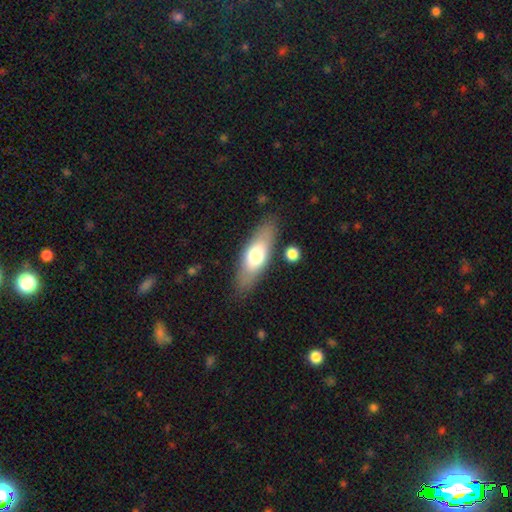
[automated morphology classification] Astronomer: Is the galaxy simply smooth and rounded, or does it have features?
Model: smooth — 64%.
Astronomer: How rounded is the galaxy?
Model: in between — 64%.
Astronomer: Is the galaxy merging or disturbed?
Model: none — 83%.